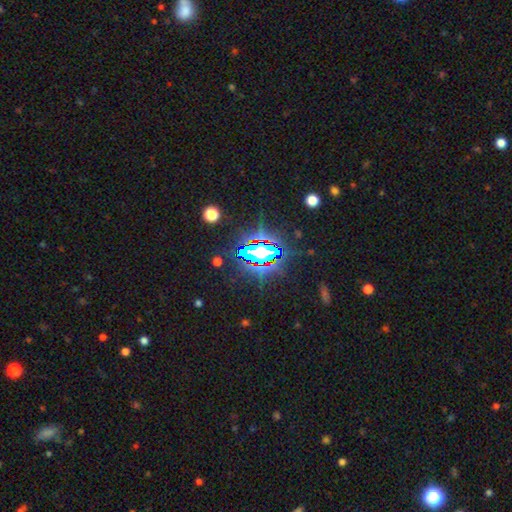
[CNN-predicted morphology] star or artifact 80%, smooth 11%, featured or disk 9%.